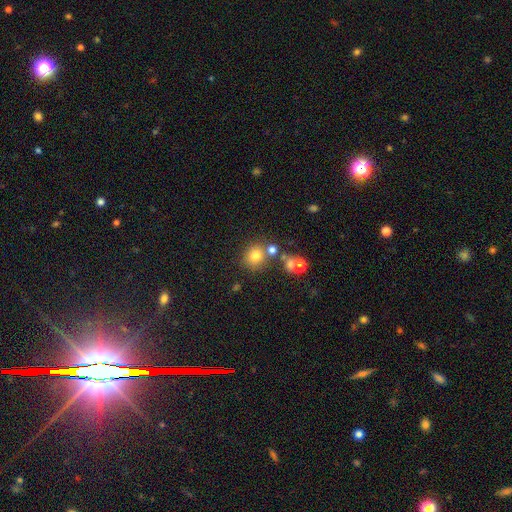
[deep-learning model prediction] Smooth or featured? Predicted: smooth (p=0.74). How rounded? Predicted: round (p=0.84). Merging? Predicted: none (p=0.68).